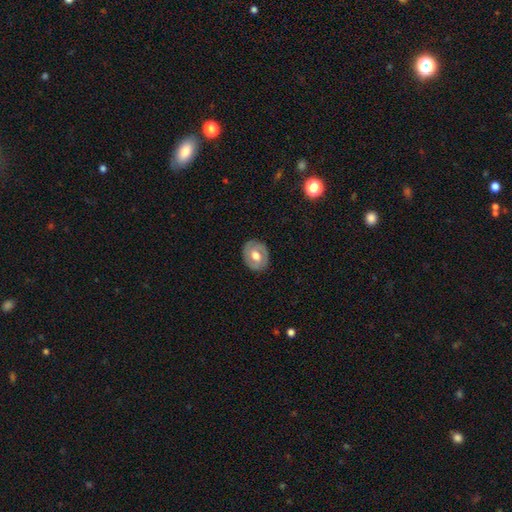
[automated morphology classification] Smooth or featured?
  - featured or disk: 52% *
  - smooth: 42%
  - star or artifact: 6%
Edge-on disk?
  - no: 94% *
  - yes: 6%
Merging?
  - none: 84% *
  - minor disturbance: 11%
  - major disturbance: 3%
  - merger: 1%